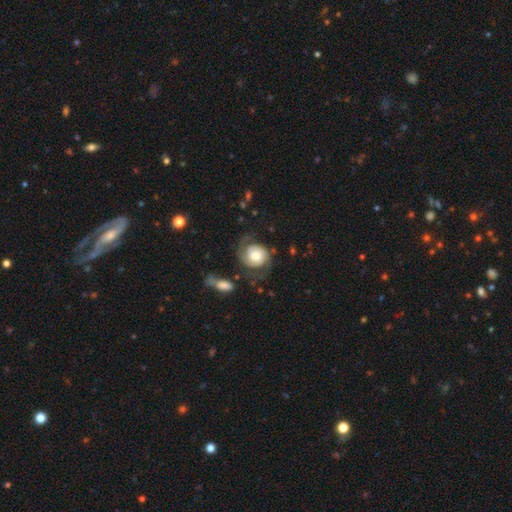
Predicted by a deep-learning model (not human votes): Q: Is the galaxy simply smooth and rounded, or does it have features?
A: featured or disk — 67%.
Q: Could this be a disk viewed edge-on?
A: no — 98%.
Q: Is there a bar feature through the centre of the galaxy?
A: no — 76%.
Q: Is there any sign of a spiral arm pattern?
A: yes — 91%.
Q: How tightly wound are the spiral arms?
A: medium — 37%, tied with tight.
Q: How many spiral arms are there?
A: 2 — 77%.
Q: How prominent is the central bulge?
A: moderate — 44%.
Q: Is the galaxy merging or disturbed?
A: none — 55%.